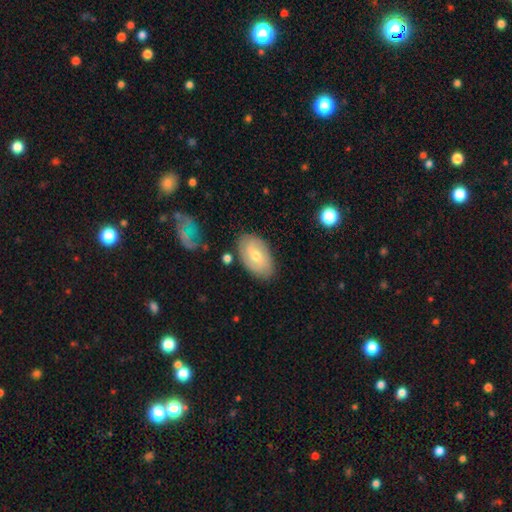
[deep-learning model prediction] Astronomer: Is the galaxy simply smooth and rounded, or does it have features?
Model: featured or disk — 49% (runner-up: smooth, 44%).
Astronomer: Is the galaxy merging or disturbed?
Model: none — 77%.